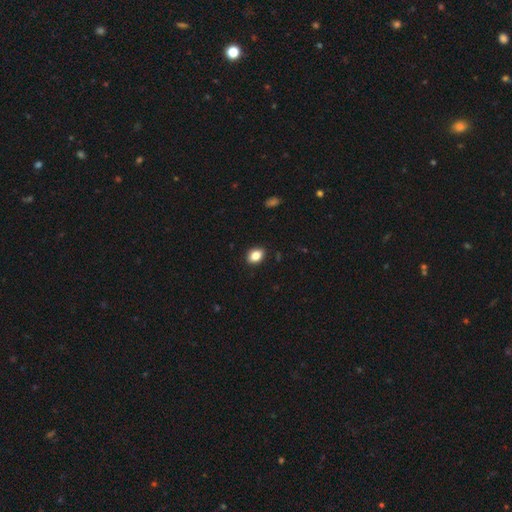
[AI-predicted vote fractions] A smooth galaxy with no disk features (85%) that is in between round and cigar-shaped (73%). Merging: none (89%).